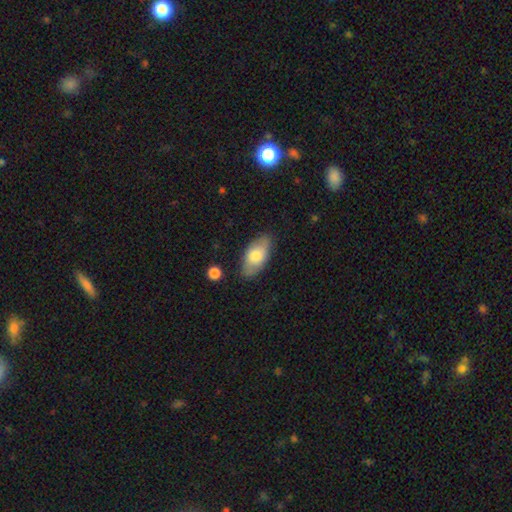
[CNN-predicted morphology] Smooth or featured? Predicted: smooth (p=0.71). How rounded? Predicted: in between (p=0.92). Merging? Predicted: none (p=0.80).